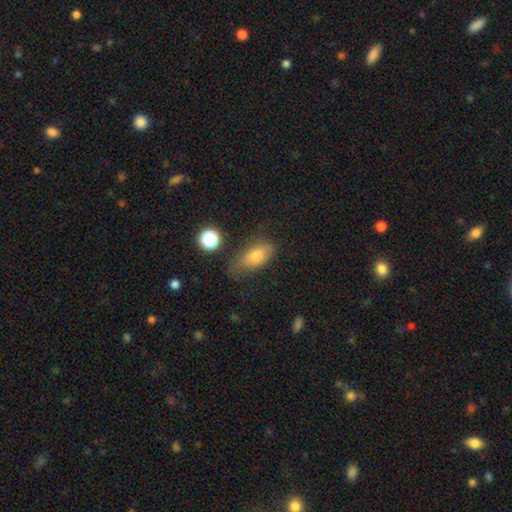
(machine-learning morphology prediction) Smooth or featured? smooth (76%)
How rounded? in between (84%)
Merging? none (63%)